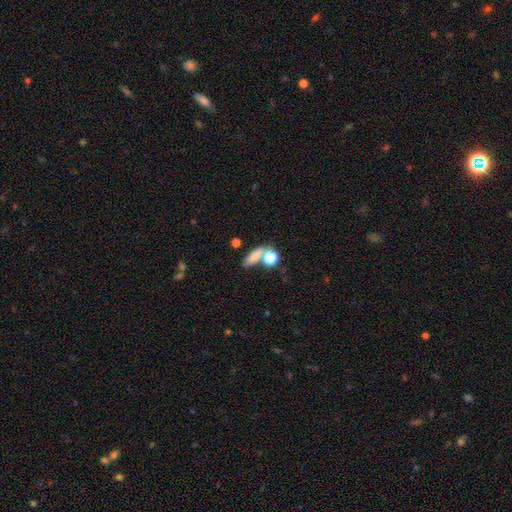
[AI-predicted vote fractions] Overall: smooth (76%). How rounded: in between (48%; cigar-shaped 32%). Merging: none (54%; merger 26%).